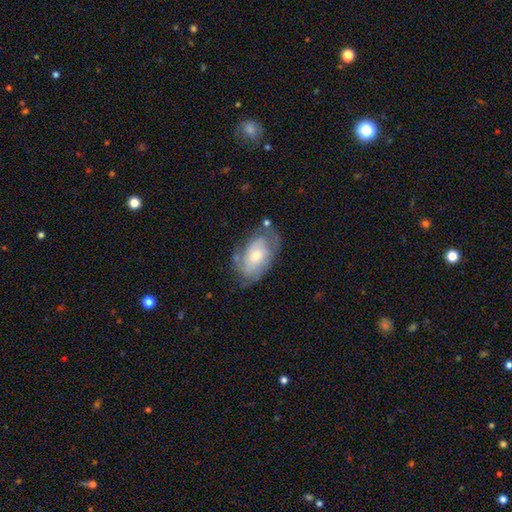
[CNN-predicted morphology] featured or disk 55%, smooth 38%, star or artifact 7%. Down the decision tree: edge-on disk — no (94%); bar — no (71%); spiral arms — yes (71%); bulge size — moderate (49%); merging — none (55%).